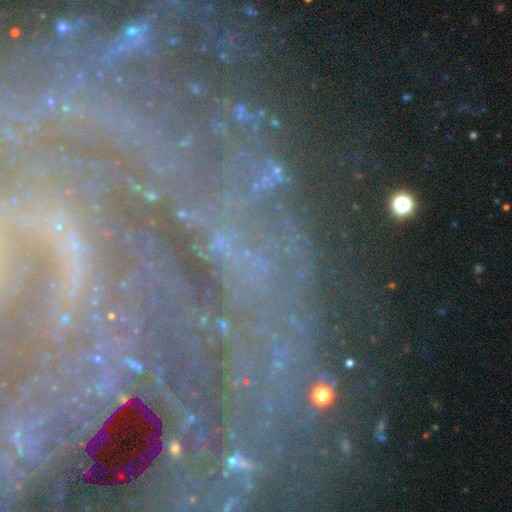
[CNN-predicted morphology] Smooth or featured? featured or disk (56%)
Edge-on disk? no (89%)
Merging? none (66%)